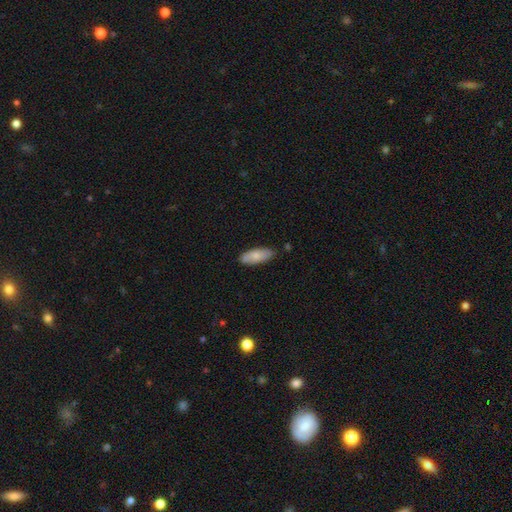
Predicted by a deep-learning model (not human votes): Overall: smooth (77%). How rounded: in between (80%). Merging: none (78%).